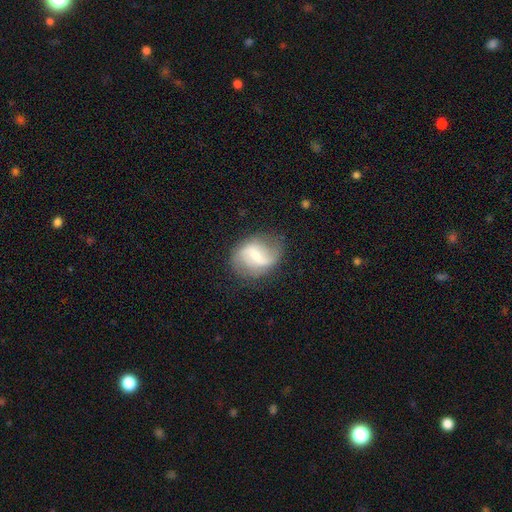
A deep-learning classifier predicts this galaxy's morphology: A featured or disk galaxy (73%) with a weak bar (47%), 2 (84%) loose (59%) spiral arms (87%) and a small central bulge (53%).

Vote fractions:
- Smooth or featured? featured or disk: 73% / smooth: 20% / star or artifact: 7%
- Edge-on disk? no: 97% / yes: 3%
- Bar? weak: 47% / strong: 34% / no: 19%
- Spiral arms? yes: 87% / no: 13%
- Spiral winding? loose: 59% / medium: 31% / tight: 10%
- Spiral arm count? 2: 84% / can't tell: 7% / 1: 5% / 3: 2% / 4: 1% / more than 4: 1%
- Bulge size? small: 53% / moderate: 39% / none: 4% / large: 4% / dominant: 1%
- Merging? none: 71% / minor disturbance: 18% / major disturbance: 10% / merger: 1%